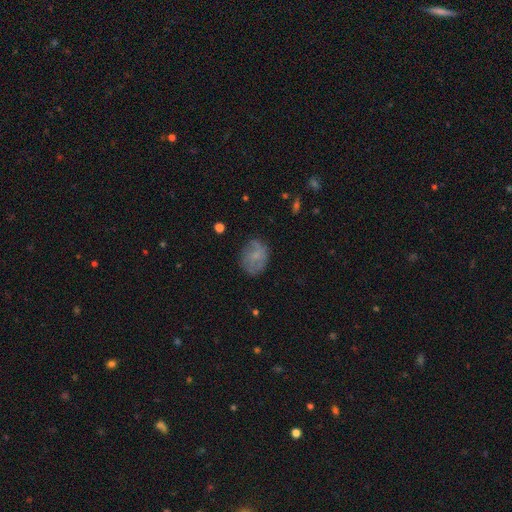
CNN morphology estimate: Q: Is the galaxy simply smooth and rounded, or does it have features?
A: smooth — 56%.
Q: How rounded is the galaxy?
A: in between — 53%.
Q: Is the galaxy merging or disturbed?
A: none — 67%.